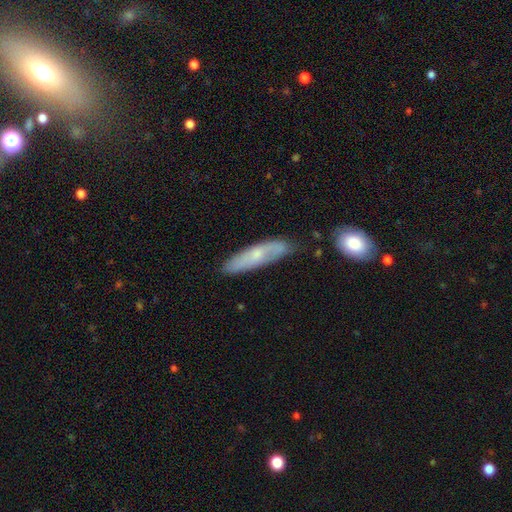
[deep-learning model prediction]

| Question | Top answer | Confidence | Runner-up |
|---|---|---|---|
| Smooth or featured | smooth | 52% | featured or disk (40%) |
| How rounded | cigar-shaped | 68% | in between (30%) |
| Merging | none | 72% | minor disturbance (20%) |